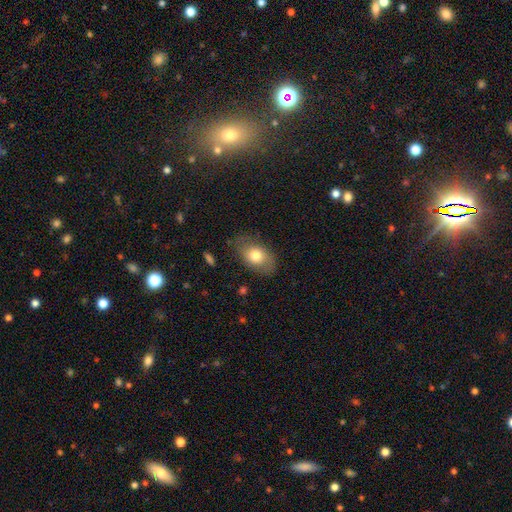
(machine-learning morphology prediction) This appears to be a smooth galaxy with no disk features (74%) that is in between round and cigar-shaped (85%). Merging: none (73%).